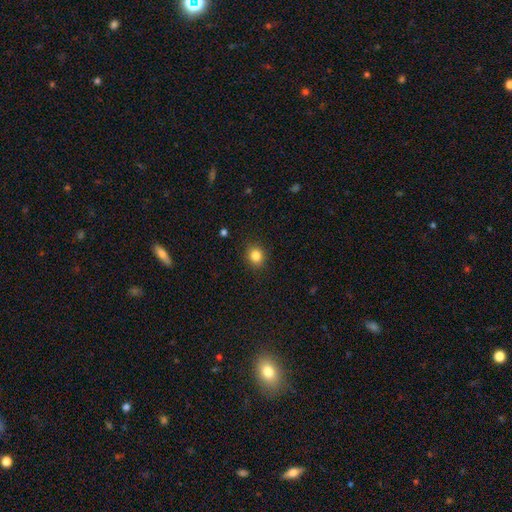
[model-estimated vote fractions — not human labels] Smooth or featured? Predicted: smooth (p=0.84). How rounded? Predicted: round (p=0.75). Merging? Predicted: none (p=0.90).